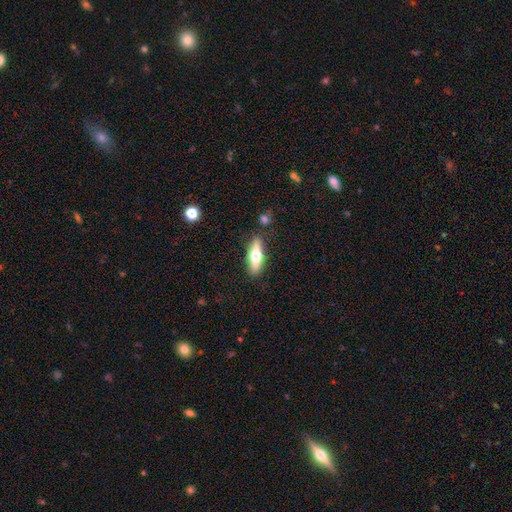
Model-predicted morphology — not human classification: A smooth galaxy with no disk features (52%) that is cigar-shaped (55%).

Vote fractions:
- Smooth or featured? smooth: 52% / featured or disk: 42% / star or artifact: 6%
- How rounded? cigar-shaped: 55% / in between: 42% / round: 3%
- Merging? none: 84% / minor disturbance: 10% / merger: 3% / major disturbance: 3%